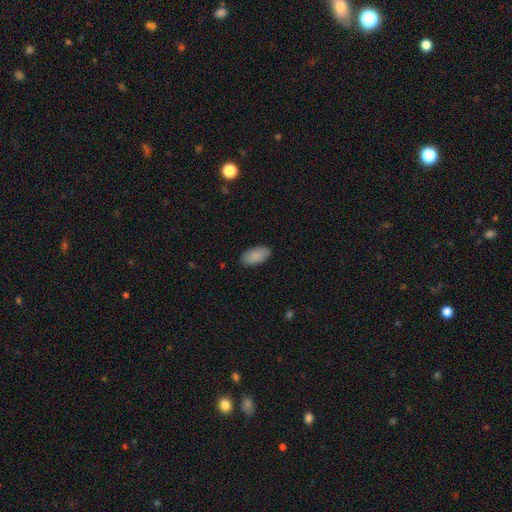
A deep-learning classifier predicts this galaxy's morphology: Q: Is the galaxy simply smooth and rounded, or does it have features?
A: smooth — 88%.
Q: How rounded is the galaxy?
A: in between — 95%.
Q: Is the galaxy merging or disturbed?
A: none — 87%.